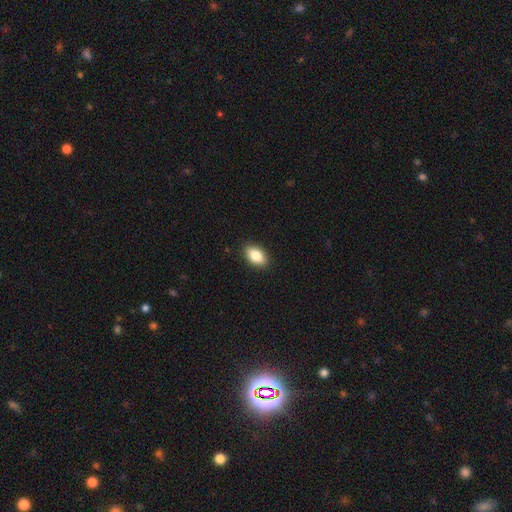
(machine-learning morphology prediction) A smooth galaxy with no disk features (84%) that is in between round and cigar-shaped (91%).

Vote fractions:
- Smooth or featured? smooth: 84% / featured or disk: 8% / star or artifact: 7%
- How rounded? in between: 91% / round: 7% / cigar-shaped: 3%
- Merging? none: 90% / minor disturbance: 8% / major disturbance: 2% / merger: 1%